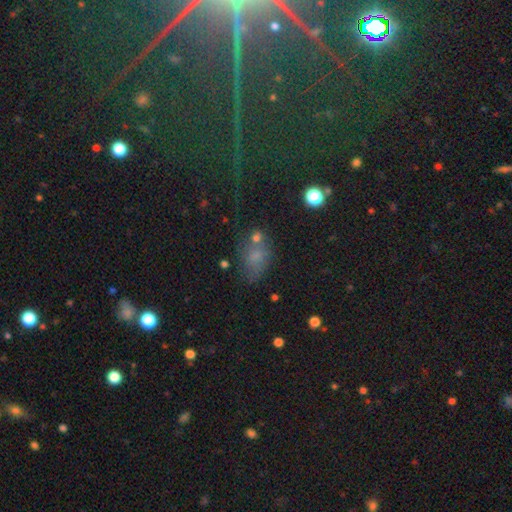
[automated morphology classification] smooth-or-featured: smooth: 55% | star or artifact: 29% | featured or disk: 16%
  how-rounded: in between: 73% | round: 24% | cigar-shaped: 3%
  merging: none: 54% | minor disturbance: 20% | merger: 15% | major disturbance: 11%